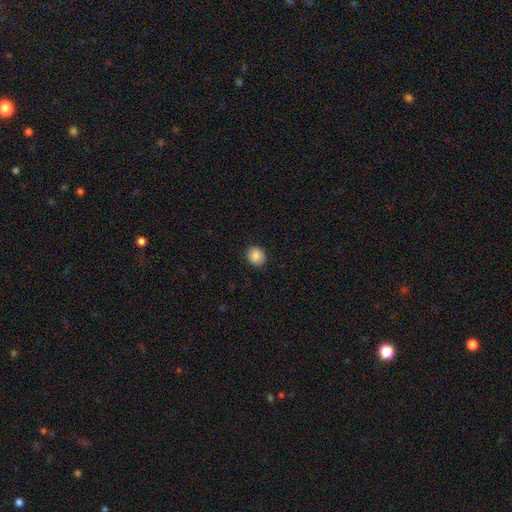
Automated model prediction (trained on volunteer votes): A smooth galaxy with no disk features (88%) that is round (70%). Merging: none (89%).